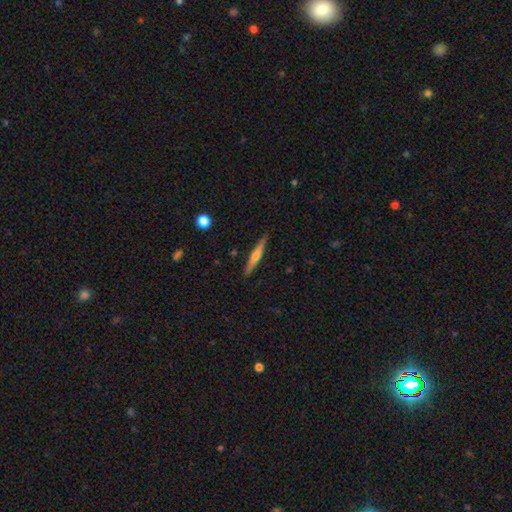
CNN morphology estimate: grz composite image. It shows a featured or disk galaxy (54%) viewed edge-on (97%) with a rounded central bulge (72%). Merging: none (90%).